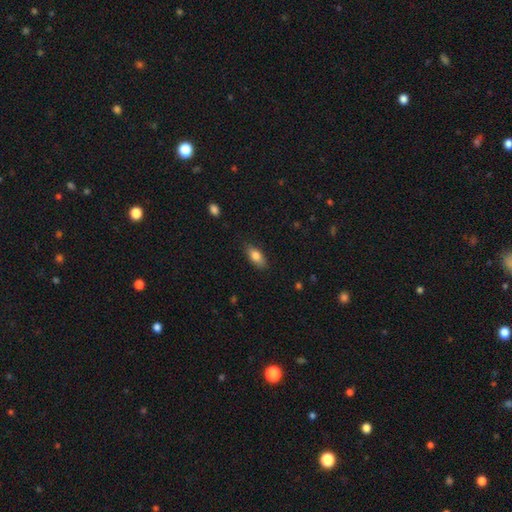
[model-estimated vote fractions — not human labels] smooth_or_featured: smooth (p=0.80) [alt: featured or disk p=0.12]
how_rounded: in between (p=0.85) [alt: cigar-shaped p=0.11]
merging: none (p=0.82) [alt: minor disturbance p=0.14]